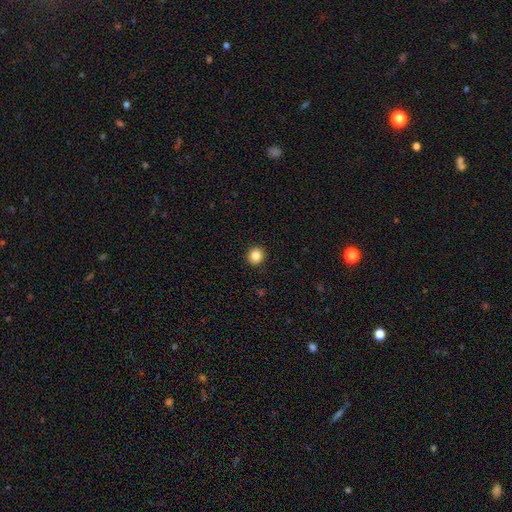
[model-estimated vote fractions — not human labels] Smooth or featured? smooth (85%)
How rounded? round (89%)
Merging? none (93%)